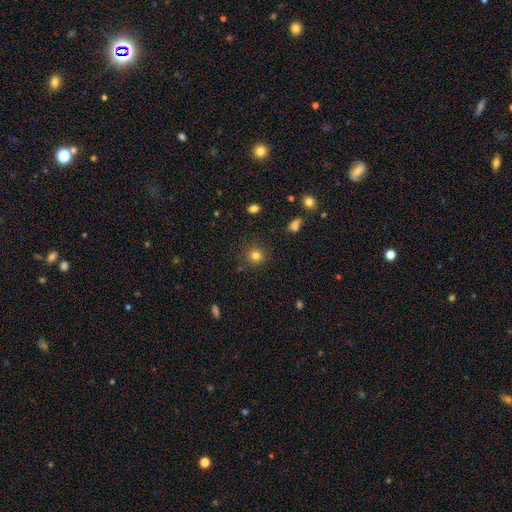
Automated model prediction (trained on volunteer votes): Smooth or featured? Predicted: smooth (p=0.80). How rounded? Predicted: round (p=0.91). Merging? Predicted: none (p=0.87).